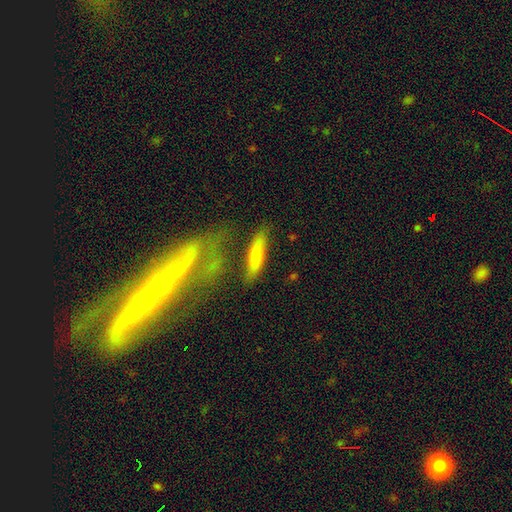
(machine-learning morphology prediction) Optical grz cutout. It shows a smooth galaxy with no disk features (72%) that is cigar-shaped (74%). Merging: none (62%).